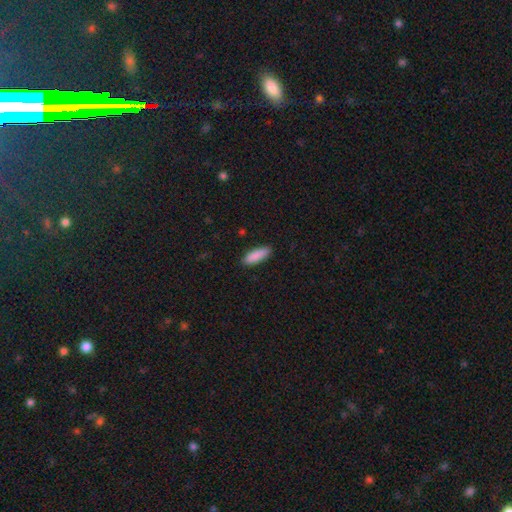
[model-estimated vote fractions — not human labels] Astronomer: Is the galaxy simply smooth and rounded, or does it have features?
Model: smooth — 89%.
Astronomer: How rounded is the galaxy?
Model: in between — 53% (runner-up: cigar-shaped, 46%).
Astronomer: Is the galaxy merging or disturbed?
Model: none — 88%.